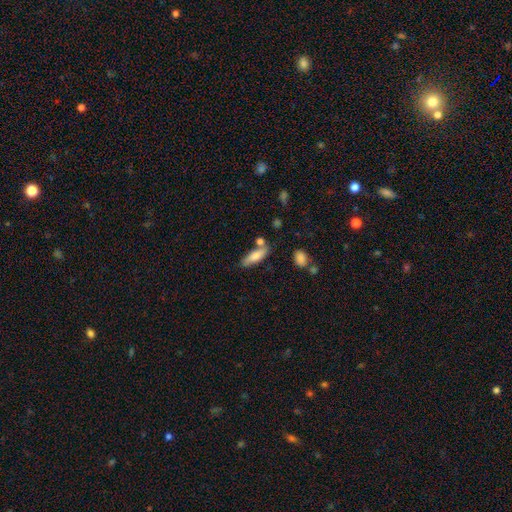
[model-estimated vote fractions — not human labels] Overall: smooth (74%). How rounded: in between (52%; cigar-shaped 45%). Merging: none (64%).